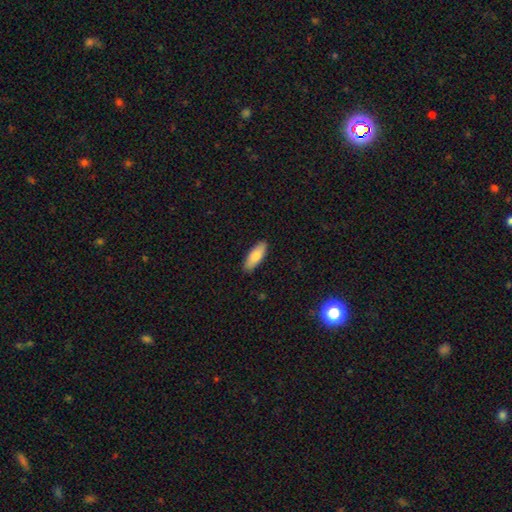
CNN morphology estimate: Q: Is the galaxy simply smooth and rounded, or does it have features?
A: smooth — 82%.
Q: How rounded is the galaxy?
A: in between — 68%.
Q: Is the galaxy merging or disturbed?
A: none — 89%.